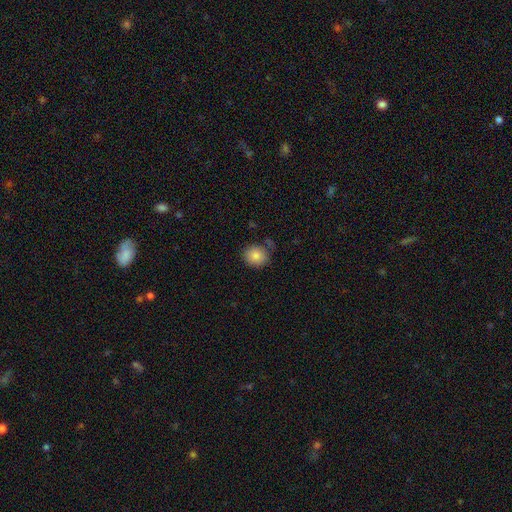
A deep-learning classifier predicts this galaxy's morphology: type=smooth (85%); roundness=round (81%); merging=none (77%).